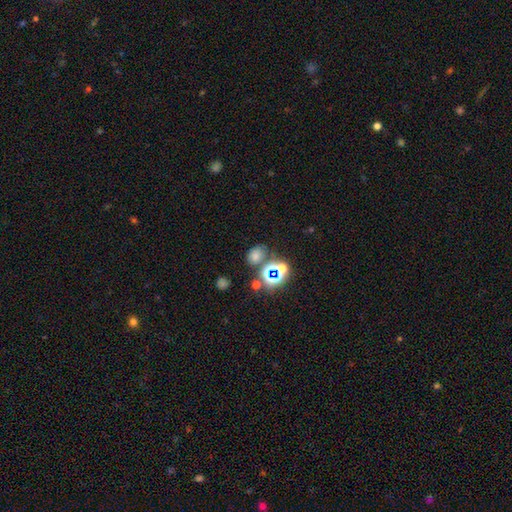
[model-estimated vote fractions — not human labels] The model was most divided on "how rounded": in between: 58%, round: 41%, cigar-shaped: 1%. More confident: merging — none (63%); smooth or featured — smooth (58%).